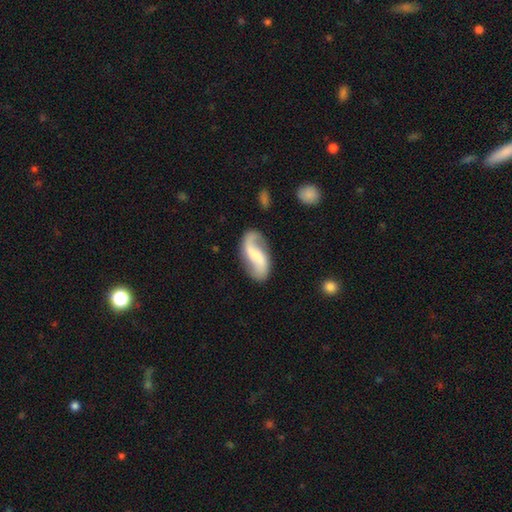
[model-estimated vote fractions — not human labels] smooth_or_featured: featured or disk (p=0.80) [alt: smooth p=0.15]
disk_edge_on: no (p=0.97) [alt: yes p=0.03]
bar: weak (p=0.43) [alt: strong p=0.29]
has_spiral_arms: yes (p=0.95) [alt: no p=0.05]
spiral_winding: loose (p=0.74) [alt: medium p=0.21]
spiral_arm_count: 2 (p=0.90) [alt: 1 p=0.05]
bulge_size: small (p=0.32) [alt: none p=0.28]
merging: none (p=0.77) [alt: minor disturbance p=0.15]